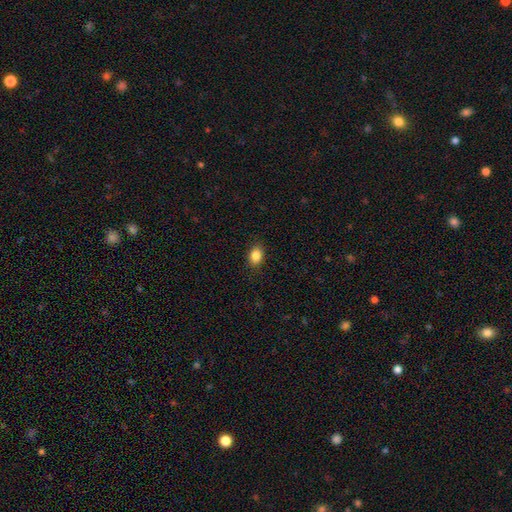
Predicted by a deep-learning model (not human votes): Smooth or featured?
  - smooth: 86% *
  - star or artifact: 9%
  - featured or disk: 5%
How rounded?
  - in between: 72% *
  - round: 26%
  - cigar-shaped: 1%
Merging?
  - none: 88% *
  - minor disturbance: 9%
  - major disturbance: 2%
  - merger: 1%